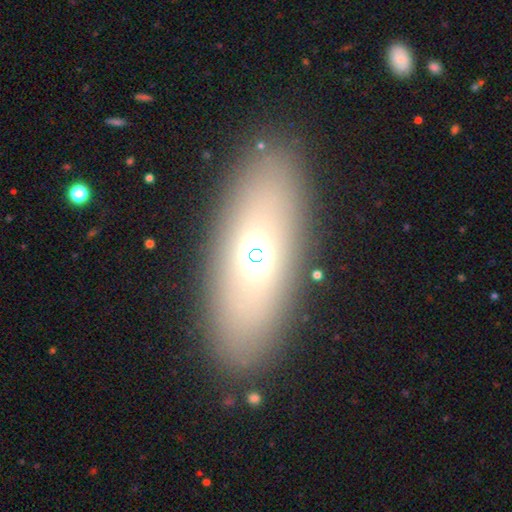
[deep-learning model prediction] Smooth or featured? smooth (57%)
How rounded? in between (70%)
Merging? none (85%)